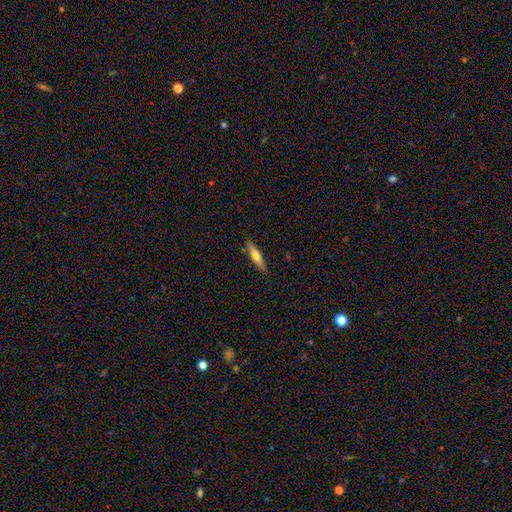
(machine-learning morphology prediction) This is possibly a smooth galaxy (54%). How rounded: likely cigar-shaped (77%). Merging: clearly none (86%).